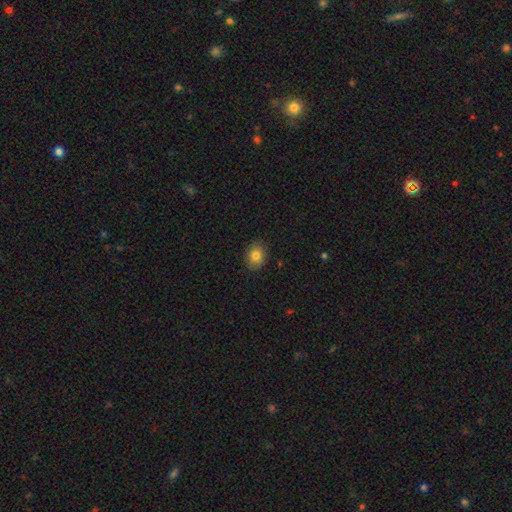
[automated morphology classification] Smooth or featured? smooth (82%)
How rounded? in between (62%)
Merging? none (87%)